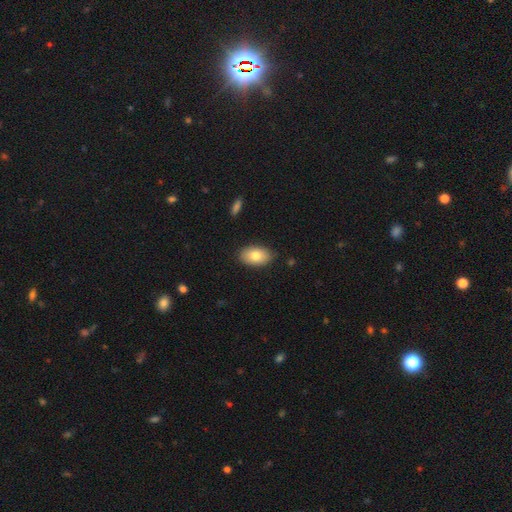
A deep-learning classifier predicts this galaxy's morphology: This is likely a smooth galaxy (78%). How rounded: clearly in between (92%). Merging: clearly none (86%).